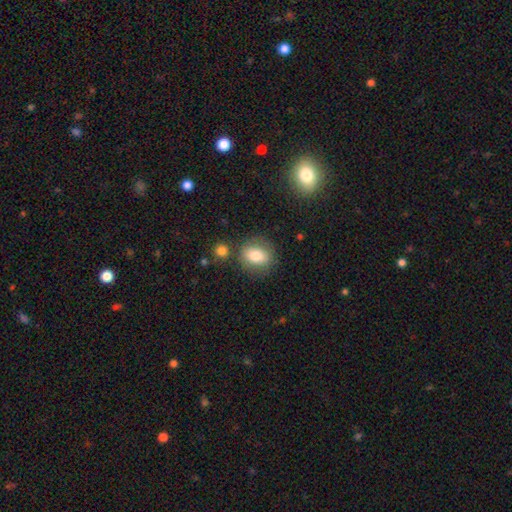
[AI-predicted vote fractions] Morphology: type=smooth (77%); roundness=in between (49%, tied with round); merging=none (75%).